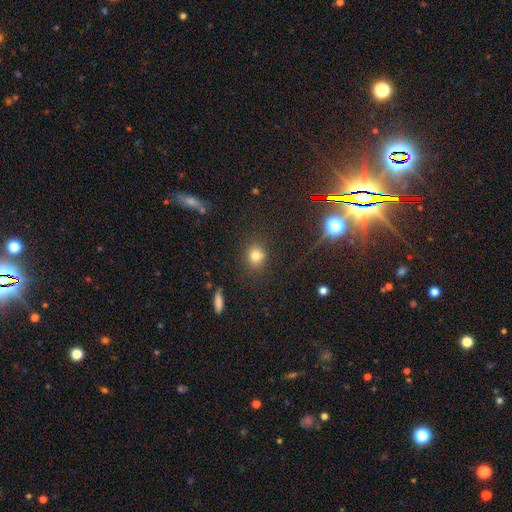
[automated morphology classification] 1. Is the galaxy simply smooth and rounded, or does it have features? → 76% smooth, 16% star or artifact, 8% featured or disk.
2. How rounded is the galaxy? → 70% round, 28% in between, 2% cigar-shaped.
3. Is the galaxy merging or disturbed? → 80% none, 12% minor disturbance, 4% merger, 4% major disturbance.